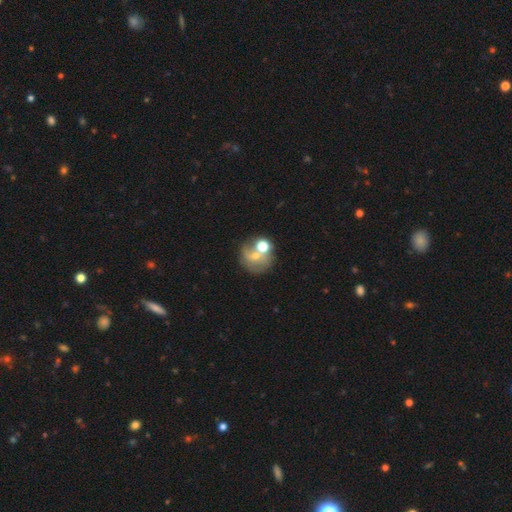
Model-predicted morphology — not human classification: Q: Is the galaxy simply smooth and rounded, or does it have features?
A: smooth — 49%.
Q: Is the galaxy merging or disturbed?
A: none — 40%.